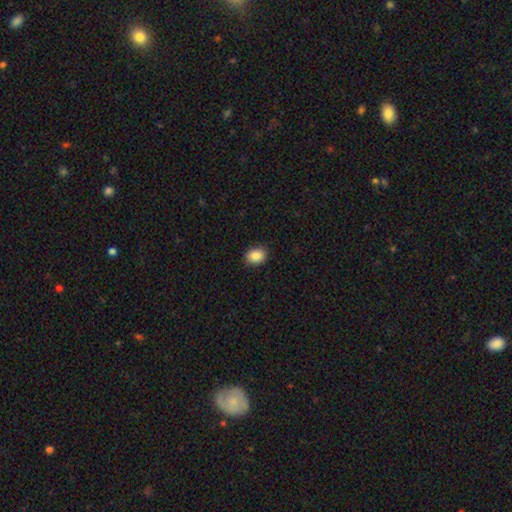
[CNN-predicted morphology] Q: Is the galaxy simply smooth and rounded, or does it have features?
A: smooth — 87%.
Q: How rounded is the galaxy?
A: in between — 67%.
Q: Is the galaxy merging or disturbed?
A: none — 89%.